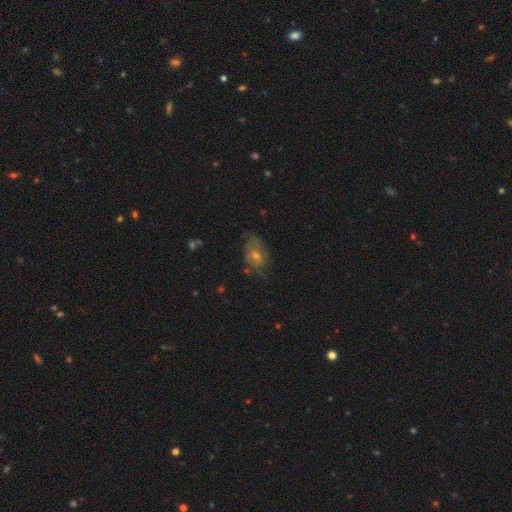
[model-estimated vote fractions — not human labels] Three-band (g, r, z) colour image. It shows a featured or disk galaxy (45%). Merging: none (58%).